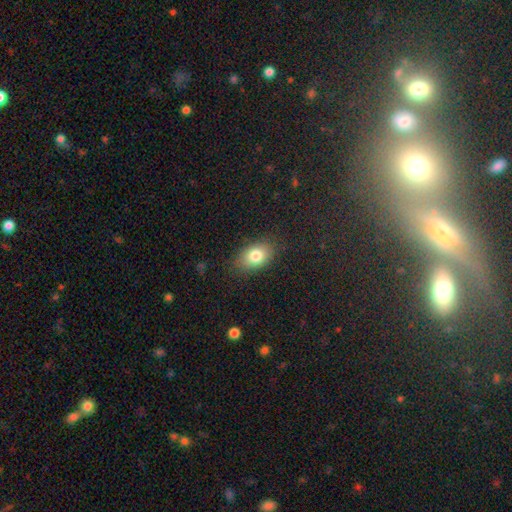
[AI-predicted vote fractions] smooth-or-featured: smooth: 80% | featured or disk: 11% | star or artifact: 9%
  how-rounded: in between: 83% | round: 15% | cigar-shaped: 2%
  merging: none: 83% | minor disturbance: 13% | major disturbance: 3% | merger: 1%